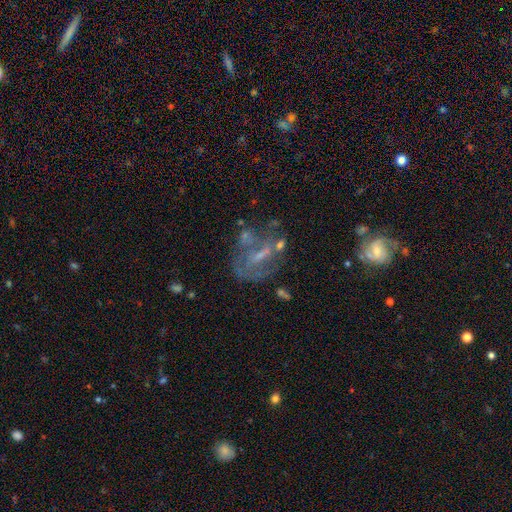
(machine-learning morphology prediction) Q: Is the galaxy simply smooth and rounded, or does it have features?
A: featured or disk — 66%.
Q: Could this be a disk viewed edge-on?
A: no — 96%.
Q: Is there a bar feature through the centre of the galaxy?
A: weak — 41%.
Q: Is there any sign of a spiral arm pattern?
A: yes — 52%.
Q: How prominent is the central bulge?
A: small — 45%.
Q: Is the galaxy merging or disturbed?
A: none — 43%.